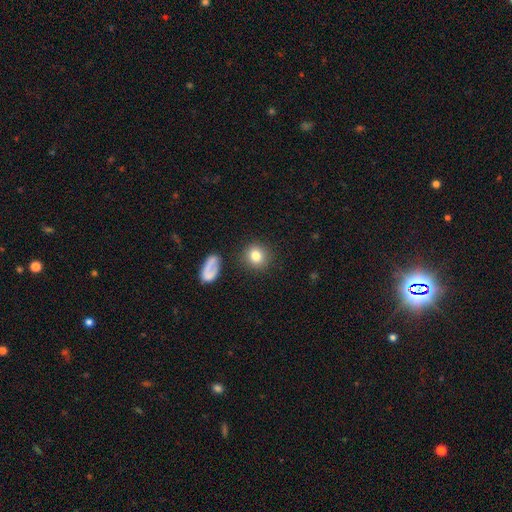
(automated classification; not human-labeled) smooth_or_featured: smooth (p=0.80) [alt: star or artifact p=0.11]
how_rounded: round (p=0.89) [alt: in between p=0.09]
merging: none (p=0.85) [alt: minor disturbance p=0.08]